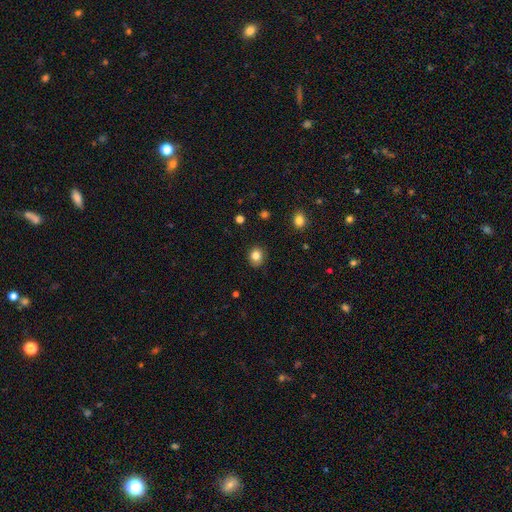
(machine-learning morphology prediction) Smooth or featured? Predicted: smooth (p=0.82). How rounded? Predicted: round (p=0.71). Merging? Predicted: none (p=0.88).